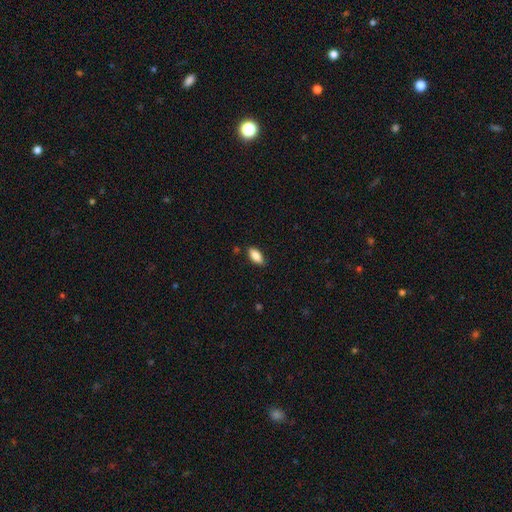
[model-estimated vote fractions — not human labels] The model was most divided on "merging": none: 85%, minor disturbance: 12%, major disturbance: 2%, merger: 1%. More confident: how rounded — in between (87%); smooth or featured — smooth (85%).